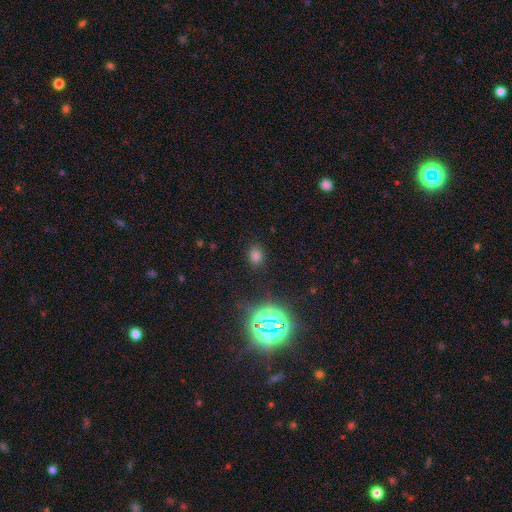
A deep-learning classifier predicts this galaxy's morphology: Smooth or featured? Predicted: smooth (p=0.64). How rounded? Predicted: in between (p=0.54). Merging? Predicted: none (p=0.86).